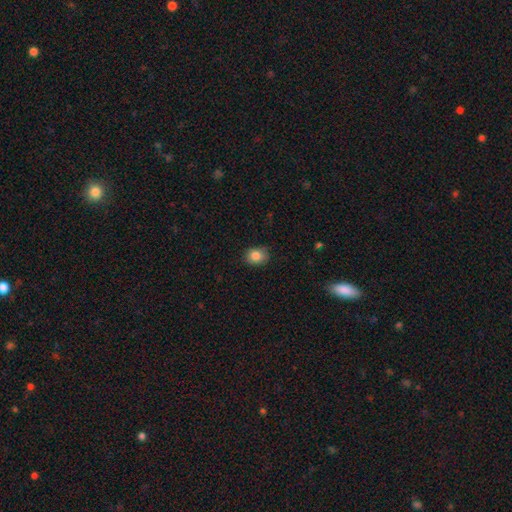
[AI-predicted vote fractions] smooth 86%, star or artifact 9%, featured or disk 5%. Down the decision tree: how rounded — round (51%); merging — none (83%).